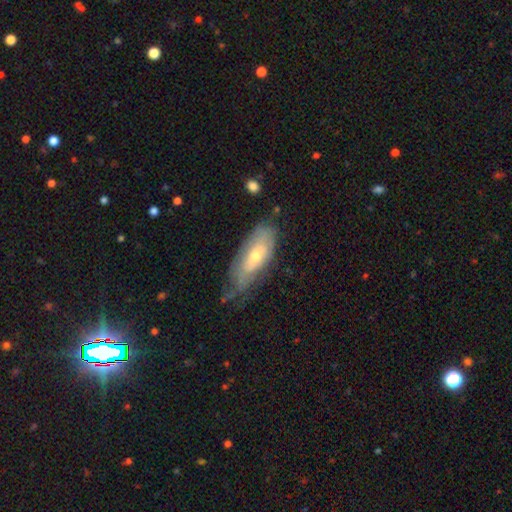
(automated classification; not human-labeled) featured or disk 52%, smooth 42%, star or artifact 6%. Down the decision tree: edge-on disk — no (78%); merging — none (46%).